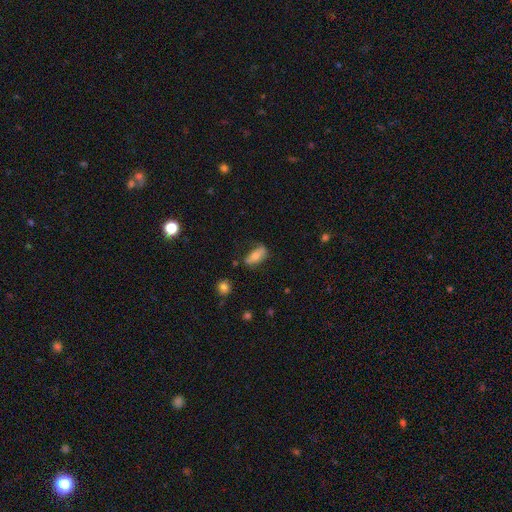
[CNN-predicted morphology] smooth-or-featured: smooth: 62% | featured or disk: 30% | star or artifact: 8%
  how-rounded: in between: 76% | cigar-shaped: 20% | round: 4%
  merging: none: 60% | minor disturbance: 26% | major disturbance: 10% | merger: 4%